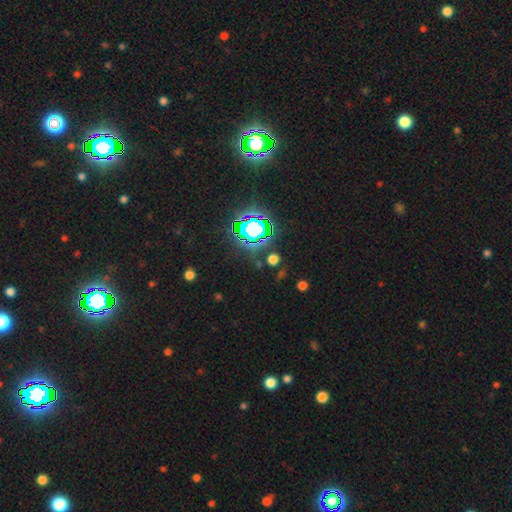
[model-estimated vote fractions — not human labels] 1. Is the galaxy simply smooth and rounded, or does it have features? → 79% star or artifact, 13% smooth, 9% featured or disk.